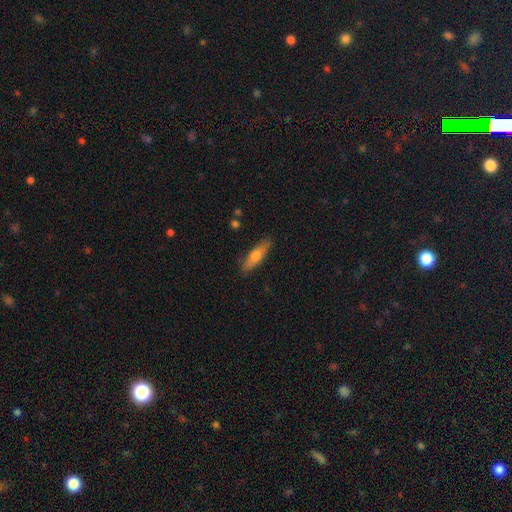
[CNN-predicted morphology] A smooth galaxy with no disk features (64%) that is cigar-shaped (64%).

Vote fractions:
- Smooth or featured? smooth: 64% / featured or disk: 30% / star or artifact: 6%
- How rounded? cigar-shaped: 64% / in between: 34% / round: 2%
- Merging? none: 85% / minor disturbance: 12% / major disturbance: 2% / merger: 1%